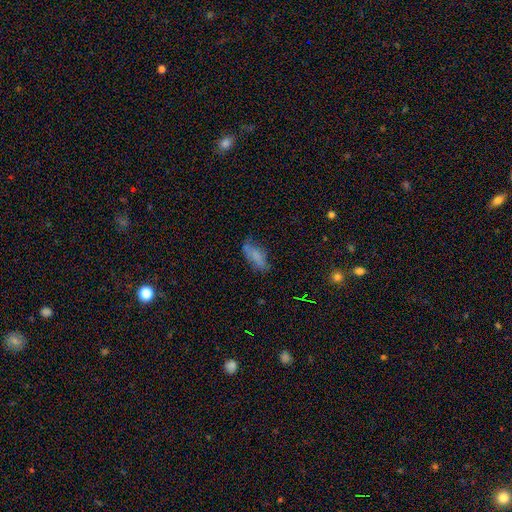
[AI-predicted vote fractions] Morphology: type=smooth (70%); roundness=in between (80%); merging=none (57%).